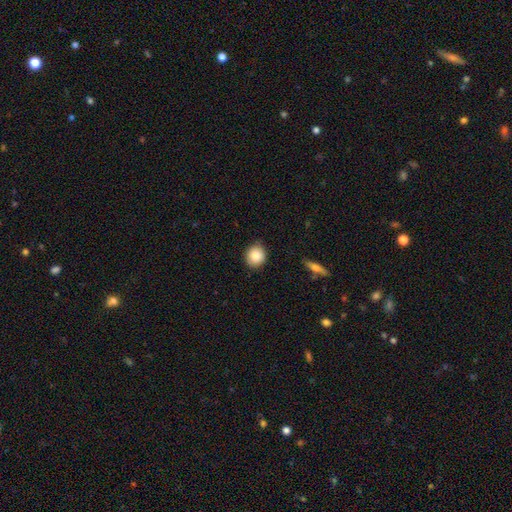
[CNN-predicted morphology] smooth-or-featured: smooth: 85% | star or artifact: 8% | featured or disk: 7%
  how-rounded: round: 81% | in between: 18% | cigar-shaped: 1%
  merging: none: 84% | minor disturbance: 13% | major disturbance: 2% | merger: 1%